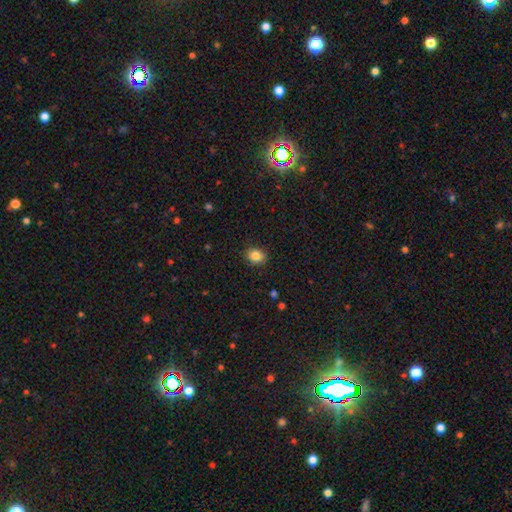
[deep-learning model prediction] This is clearly a smooth galaxy (85%). How rounded: likely round (62%). Merging: clearly none (90%).